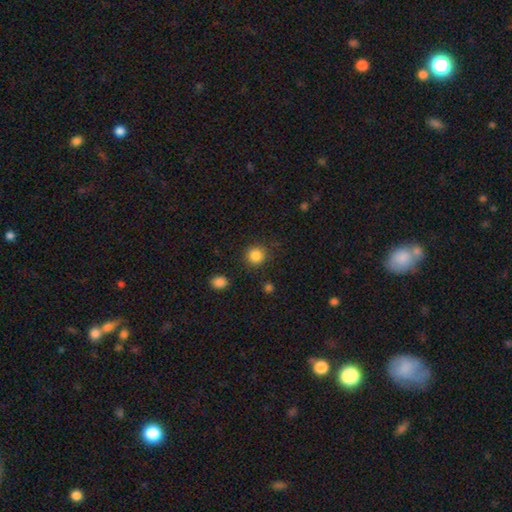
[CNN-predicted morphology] The model was most divided on "smooth or featured": smooth: 85%, star or artifact: 11%, featured or disk: 4%. More confident: how rounded — round (92%); merging — none (87%).